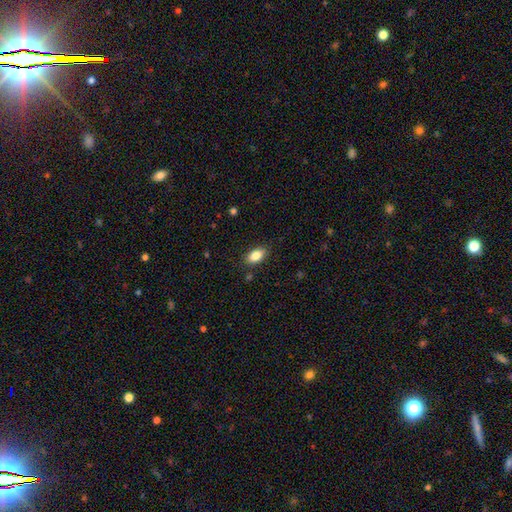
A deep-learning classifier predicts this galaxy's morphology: This appears to be a smooth galaxy with no disk features (84%) that is in between round and cigar-shaped (92%). Merging: none (86%).